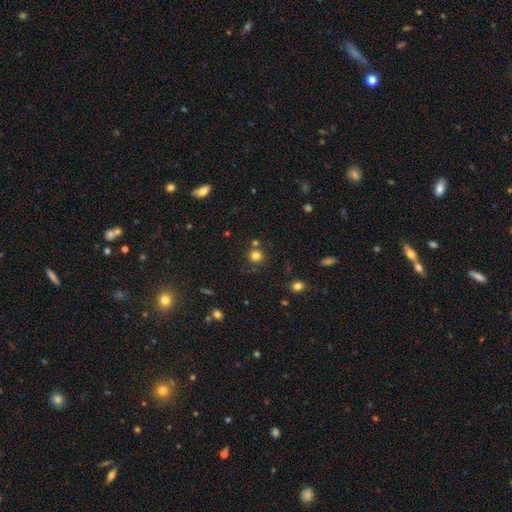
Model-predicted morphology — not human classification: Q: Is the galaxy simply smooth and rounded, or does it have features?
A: smooth — 78%.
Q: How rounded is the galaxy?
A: round — 91%.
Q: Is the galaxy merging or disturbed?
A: none — 77%.